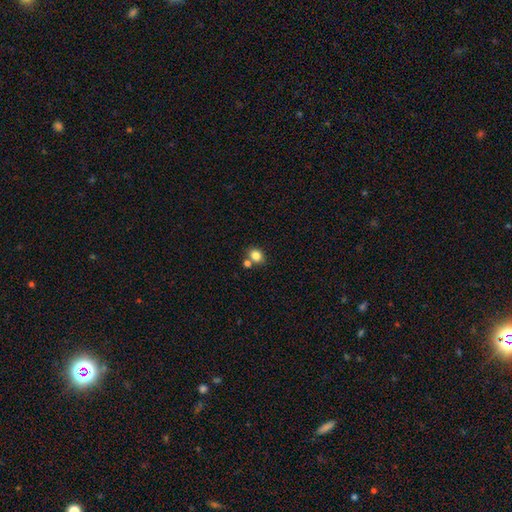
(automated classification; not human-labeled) A smooth galaxy with no disk features (82%) that is round (52%).

Vote fractions:
- Smooth or featured? smooth: 82% / star or artifact: 11% / featured or disk: 7%
- How rounded? round: 52% / in between: 47% / cigar-shaped: 1%
- Merging? none: 63% / merger: 23% / minor disturbance: 11% / major disturbance: 3%